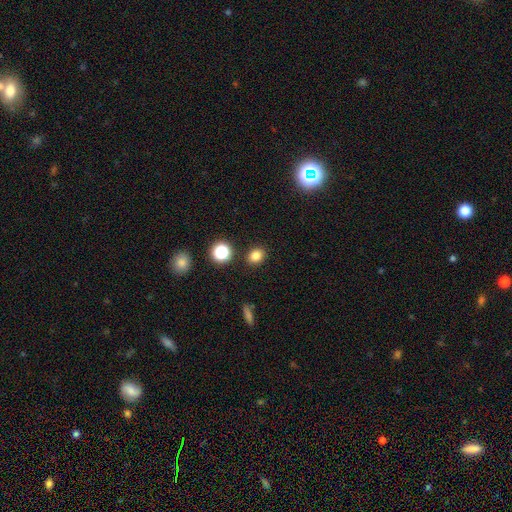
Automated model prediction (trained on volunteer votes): Morphology: type=smooth (81%); roundness=round (60%); merging=none (87%).